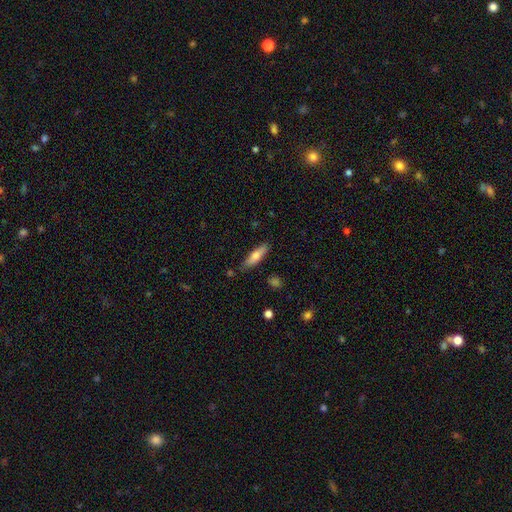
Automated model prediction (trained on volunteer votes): A smooth galaxy with no disk features (67%) that is cigar-shaped (67%). Merging: none (83%).